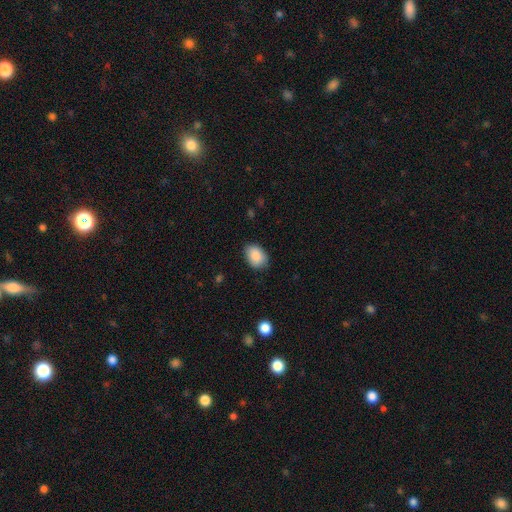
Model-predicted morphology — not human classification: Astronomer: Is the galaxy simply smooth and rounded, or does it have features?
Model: smooth — 89%.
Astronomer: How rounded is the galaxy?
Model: in between — 79%.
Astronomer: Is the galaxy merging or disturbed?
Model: none — 82%.